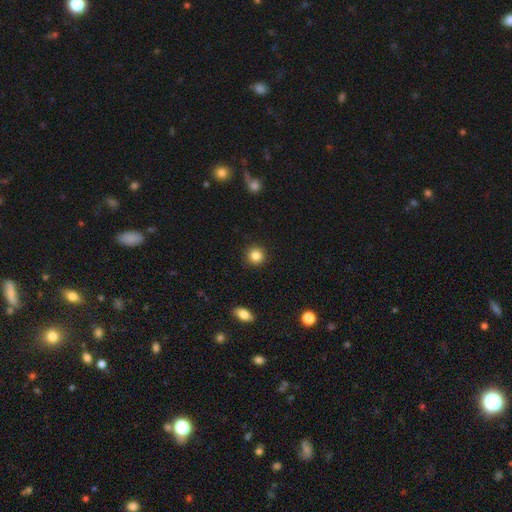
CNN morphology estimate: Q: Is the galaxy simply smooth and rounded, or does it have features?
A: smooth — 86%.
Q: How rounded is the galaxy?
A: round — 93%.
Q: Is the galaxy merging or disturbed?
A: none — 91%.